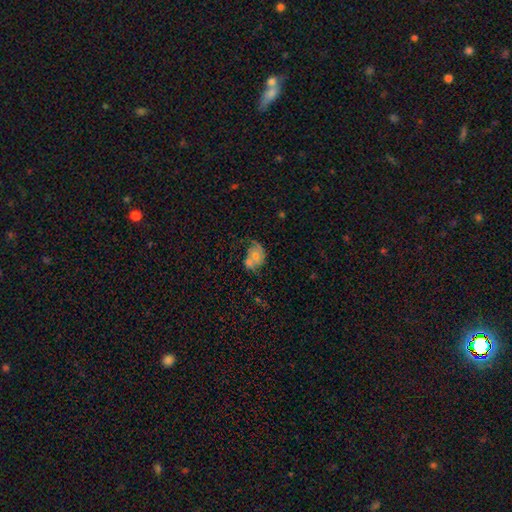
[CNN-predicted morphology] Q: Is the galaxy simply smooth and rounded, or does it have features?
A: featured or disk — 51%.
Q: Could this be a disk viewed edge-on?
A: no — 97%.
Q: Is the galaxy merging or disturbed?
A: none — 35%.